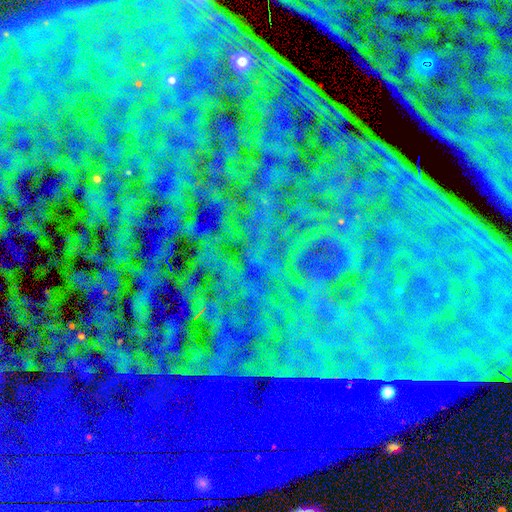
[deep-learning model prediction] Morphology: type=star or artifact (88%).